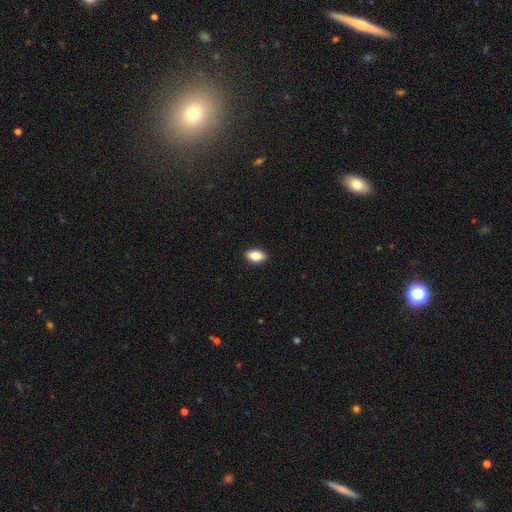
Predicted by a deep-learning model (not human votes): smooth 86%, star or artifact 7%, featured or disk 7%. Down the decision tree: how rounded — in between (90%); merging — none (91%).